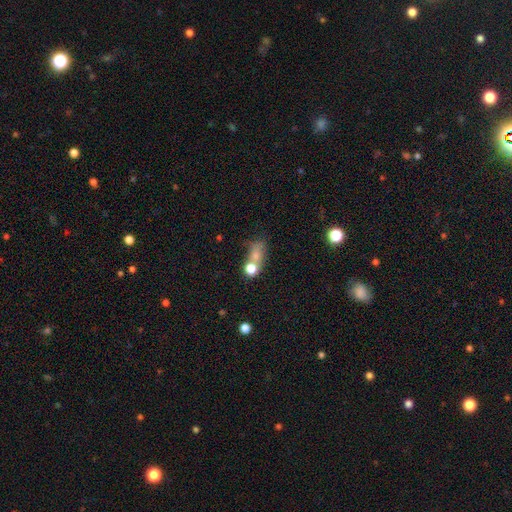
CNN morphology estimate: Smooth or featured: smooth — 68% (star or artifact — 17%)
How rounded: in between — 54% (round — 39%)
Merging: merger — 40% (none — 33%)